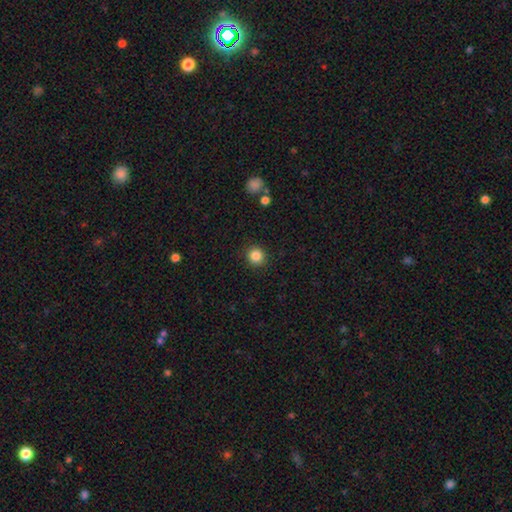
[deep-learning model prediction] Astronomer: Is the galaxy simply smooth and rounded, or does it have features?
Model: smooth — 85%.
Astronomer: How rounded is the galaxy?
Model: round — 90%.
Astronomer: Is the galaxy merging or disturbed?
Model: none — 91%.